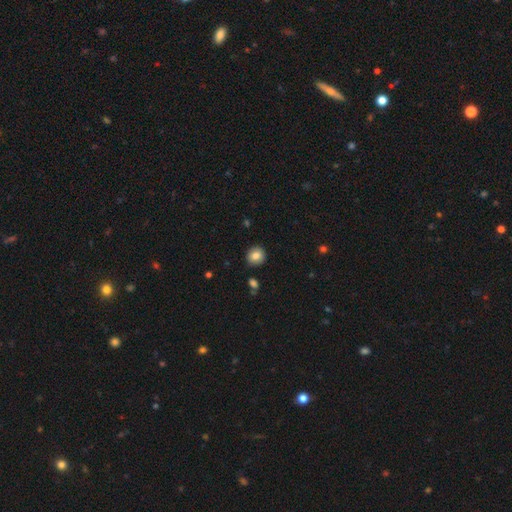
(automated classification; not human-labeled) smooth-or-featured: smooth: 83% | star or artifact: 9% | featured or disk: 8%
  how-rounded: round: 85% | in between: 14% | cigar-shaped: 1%
  merging: none: 88% | minor disturbance: 8% | major disturbance: 2% | merger: 2%